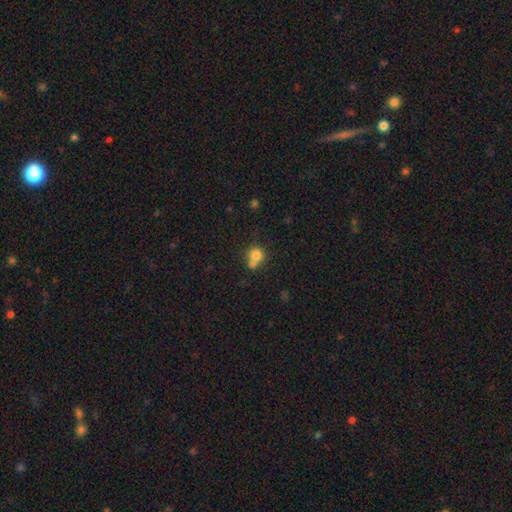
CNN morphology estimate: This is likely a smooth galaxy (78%). How rounded: clearly round (87%). Merging: marginally none (44%, tied with merger).